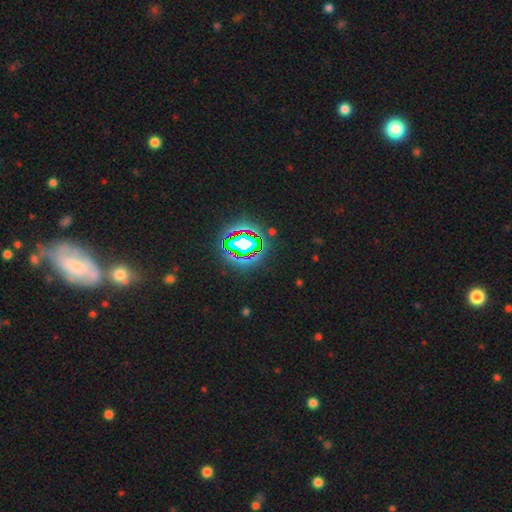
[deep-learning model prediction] Overall: star or artifact (77%).